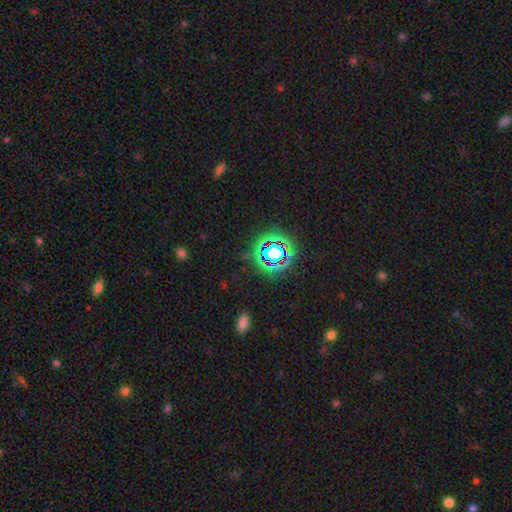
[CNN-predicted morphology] Overall: star or artifact (76%).